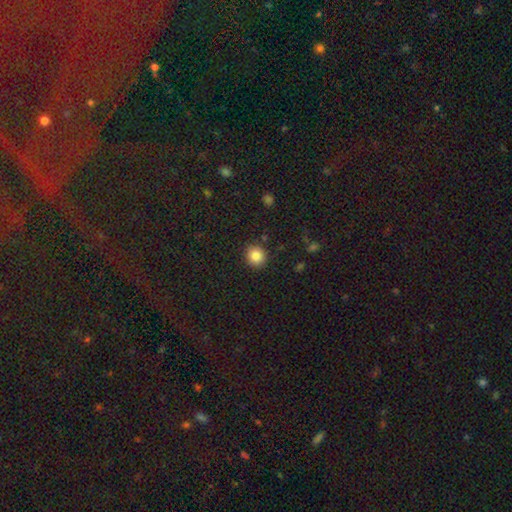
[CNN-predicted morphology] A smooth galaxy with no disk features (84%) that is round (86%). Merging: none (89%).